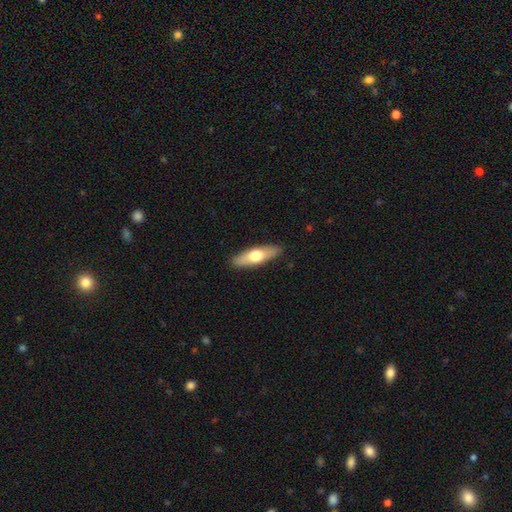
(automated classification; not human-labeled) Smooth or featured? Predicted: smooth (p=0.58). How rounded? Predicted: cigar-shaped (p=0.52). Merging? Predicted: none (p=0.89).